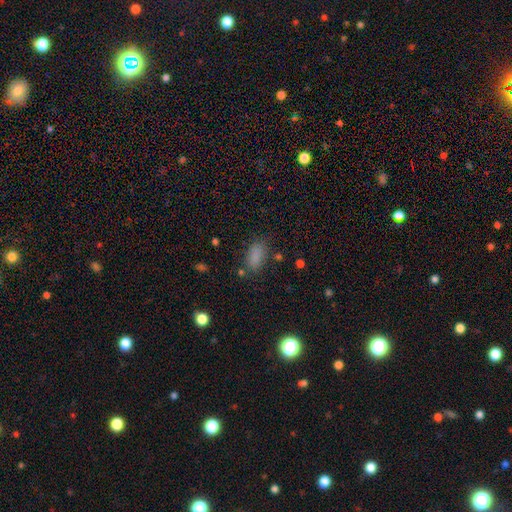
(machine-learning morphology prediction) Q: Smooth or featured?
A: smooth (84%); runner-up: star or artifact (12%)
Q: How rounded?
A: in between (87%); runner-up: cigar-shaped (8%)
Q: Merging?
A: none (78%); runner-up: minor disturbance (14%)